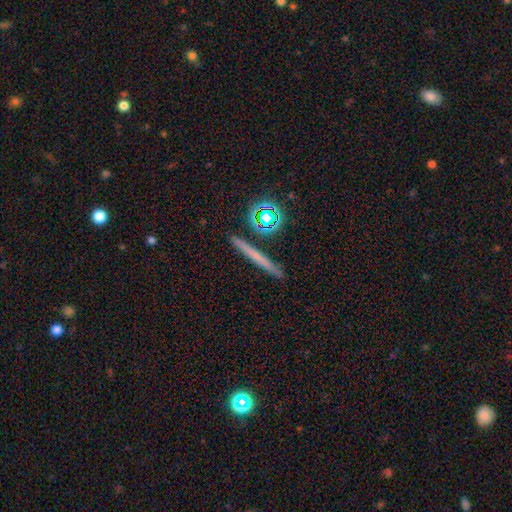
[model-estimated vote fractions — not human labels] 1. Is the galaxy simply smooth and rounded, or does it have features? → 51% smooth, 35% featured or disk, 14% star or artifact.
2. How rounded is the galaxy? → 86% cigar-shaped, 9% round, 5% in between.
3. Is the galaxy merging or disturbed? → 88% none, 7% minor disturbance, 3% merger, 2% major disturbance.